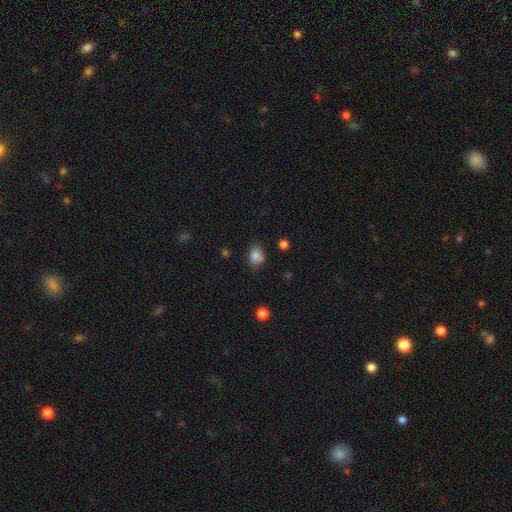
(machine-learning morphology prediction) Overall: smooth (83%). How rounded: in between (57%; round 42%). Merging: none (67%).